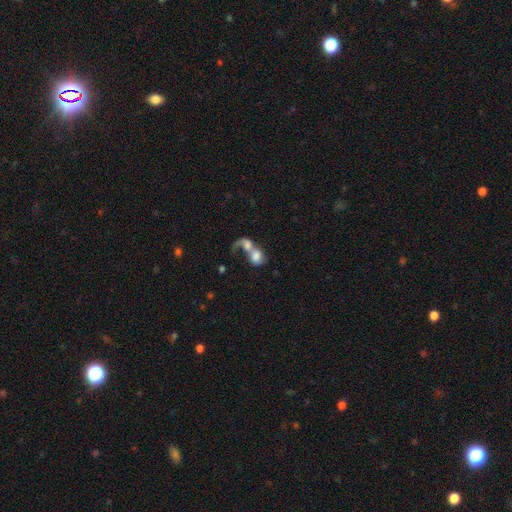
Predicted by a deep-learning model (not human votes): Smooth or featured? smooth (54%)
How rounded? in between (58%)
Merging? merger (77%)